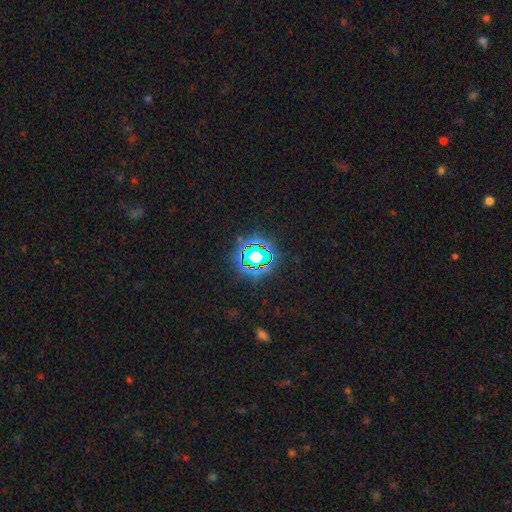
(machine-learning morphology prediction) This appears to be a star or artifact, not a galaxy (71%).